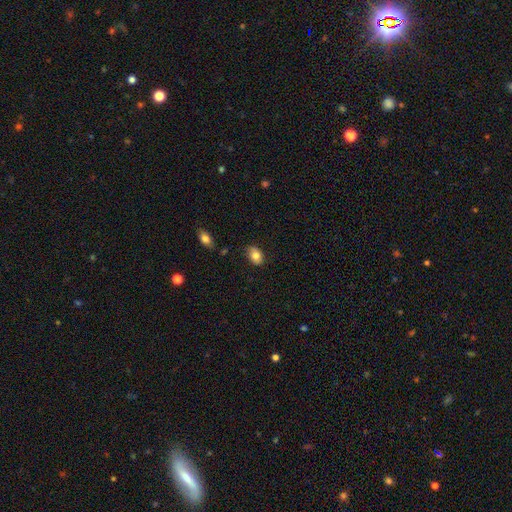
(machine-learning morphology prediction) Smooth or featured? smooth (81%)
How rounded? in between (83%)
Merging? none (81%)